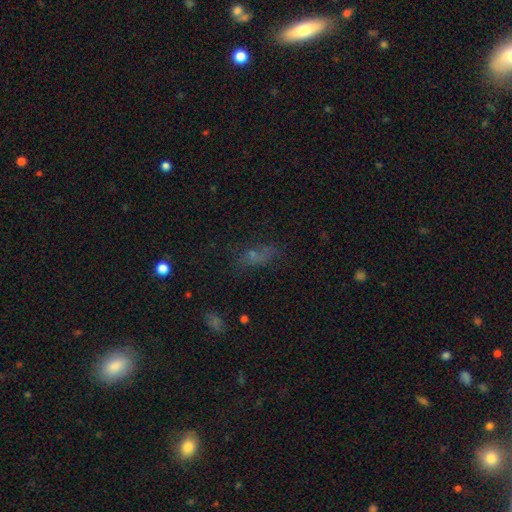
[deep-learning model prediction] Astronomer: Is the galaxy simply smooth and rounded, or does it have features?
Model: smooth — 54%.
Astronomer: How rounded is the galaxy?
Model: in between — 72%.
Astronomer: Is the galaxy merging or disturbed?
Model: none — 49% (runner-up: minor disturbance, 25%).